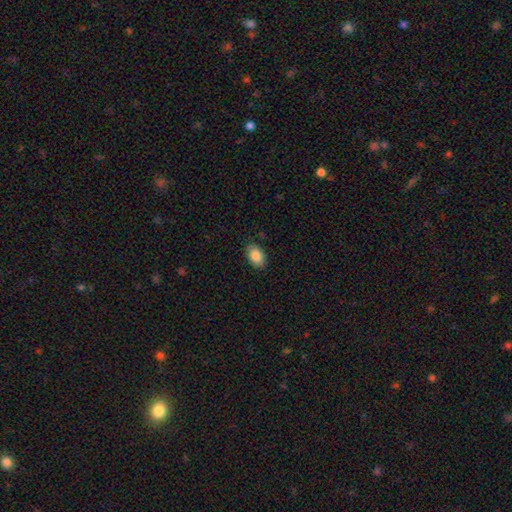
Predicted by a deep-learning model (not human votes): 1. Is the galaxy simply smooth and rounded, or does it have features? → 87% smooth, 7% star or artifact, 6% featured or disk.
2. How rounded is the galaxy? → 88% in between, 11% round, 1% cigar-shaped.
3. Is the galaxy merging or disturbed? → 85% none, 12% minor disturbance, 2% major disturbance, 1% merger.